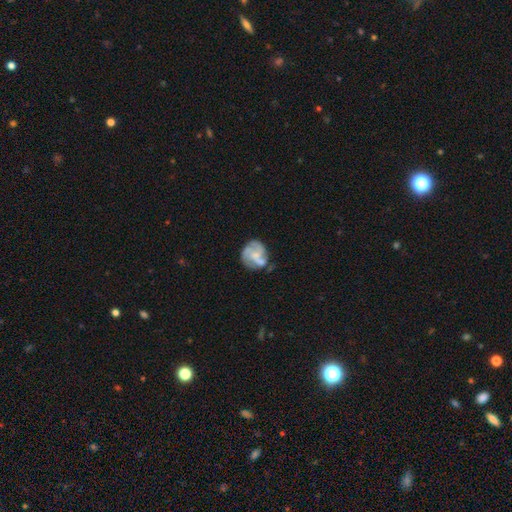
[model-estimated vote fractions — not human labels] Smooth or featured? featured or disk (72%)
Edge-on disk? no (98%)
Bar? no (65%)
Spiral arms? yes (88%)
Spiral winding? medium (46%)
Spiral arm count? 3 (53%)
Bulge size? small (39%)
Merging? none (57%)